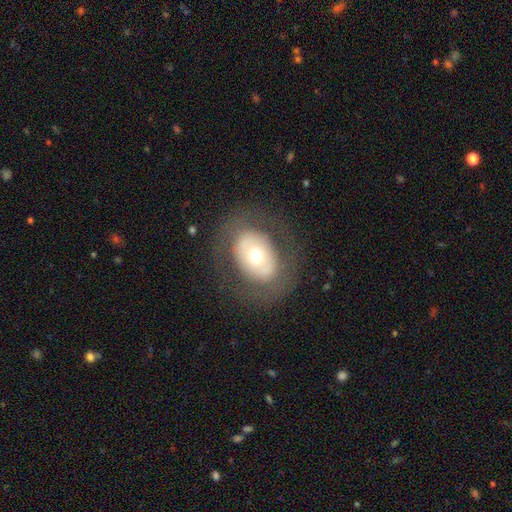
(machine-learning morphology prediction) Q: Smooth or featured?
A: smooth (50%); runner-up: featured or disk (41%)
Q: Merging?
A: none (79%); runner-up: minor disturbance (11%)